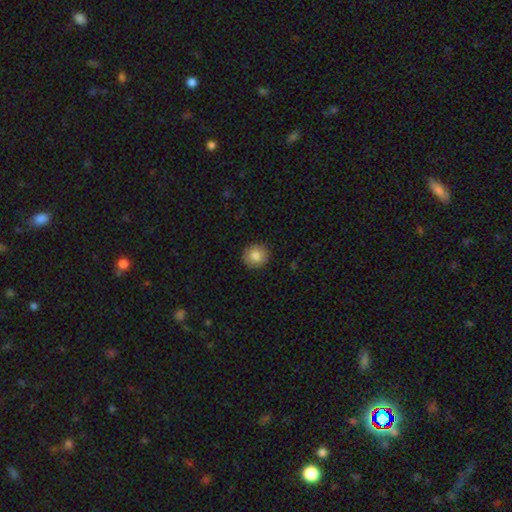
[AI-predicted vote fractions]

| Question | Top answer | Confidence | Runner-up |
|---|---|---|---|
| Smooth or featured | smooth | 84% | star or artifact (8%) |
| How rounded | round | 91% | in between (8%) |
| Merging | none | 91% | minor disturbance (7%) |